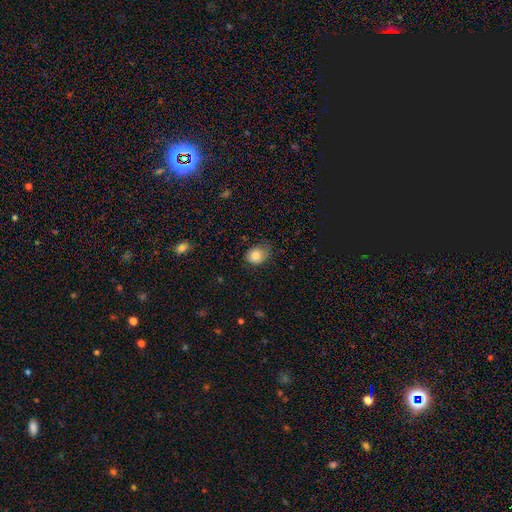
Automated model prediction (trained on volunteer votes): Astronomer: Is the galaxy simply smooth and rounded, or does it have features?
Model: smooth — 82%.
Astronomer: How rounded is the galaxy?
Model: round — 59% (runner-up: in between, 40%).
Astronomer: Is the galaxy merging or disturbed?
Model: none — 63%.